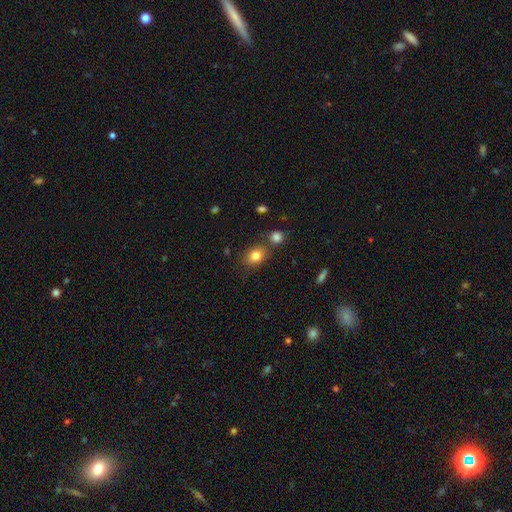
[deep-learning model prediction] Morphology: type=smooth (82%); roundness=in between (68%); merging=none (72%).